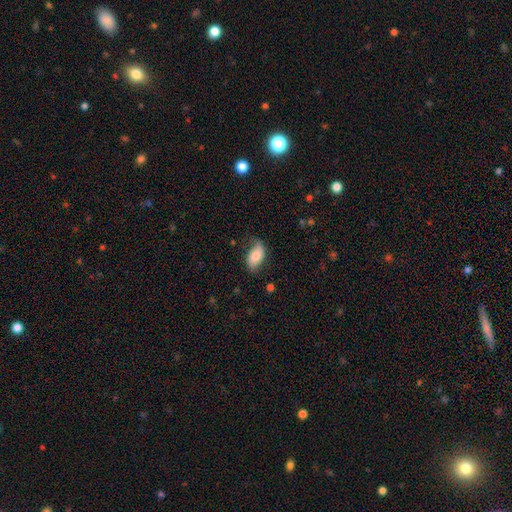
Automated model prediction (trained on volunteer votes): A smooth galaxy with no disk features (68%) that is in between round and cigar-shaped (93%).

Vote fractions:
- Smooth or featured? smooth: 68% / featured or disk: 25% / star or artifact: 7%
- How rounded? in between: 93% / round: 4% / cigar-shaped: 3%
- Merging? none: 59% / minor disturbance: 29% / major disturbance: 10% / merger: 2%